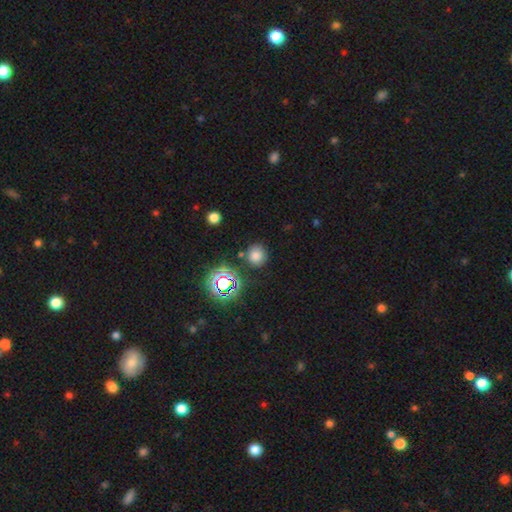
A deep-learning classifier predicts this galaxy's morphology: type=smooth (72%); roundness=round (87%); merging=none (80%).